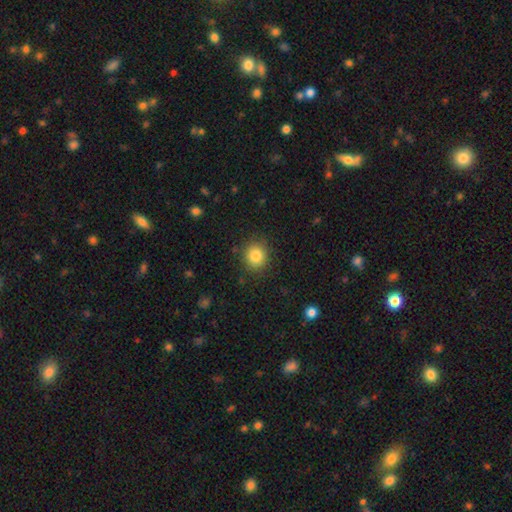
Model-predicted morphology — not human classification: type=smooth (83%); roundness=round (85%); merging=none (88%).